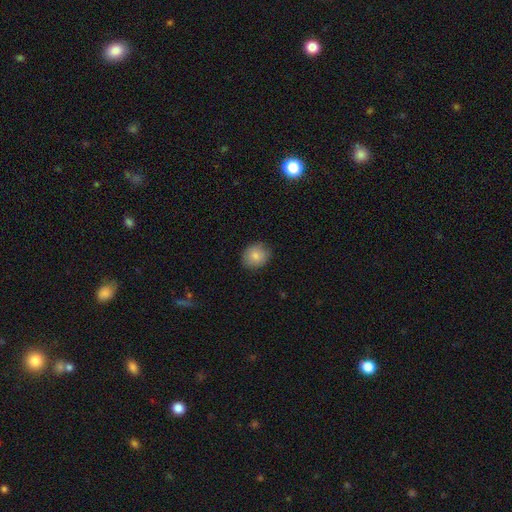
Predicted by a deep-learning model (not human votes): Smooth or featured? Predicted: smooth (p=0.83). How rounded? Predicted: round (p=0.73). Merging? Predicted: none (p=0.84).